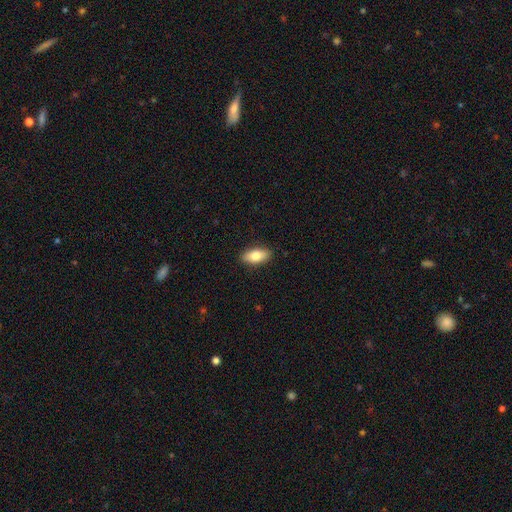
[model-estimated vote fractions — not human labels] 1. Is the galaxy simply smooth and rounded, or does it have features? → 78% smooth, 16% featured or disk, 6% star or artifact.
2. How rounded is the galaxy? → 85% in between, 12% cigar-shaped, 3% round.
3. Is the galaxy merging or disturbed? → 89% none, 8% minor disturbance, 2% major disturbance, 1% merger.